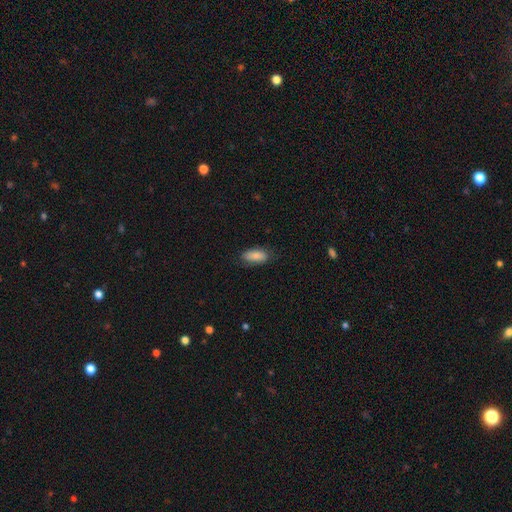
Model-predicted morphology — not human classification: The model was most divided on "merging": none: 79%, minor disturbance: 17%, major disturbance: 3%, merger: 1%. More confident: how rounded — in between (87%); smooth or featured — smooth (83%).